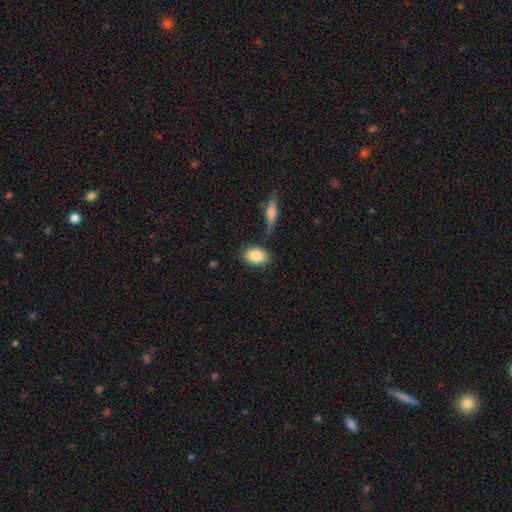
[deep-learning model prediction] Smooth or featured? smooth (85%)
How rounded? in between (84%)
Merging? none (77%)